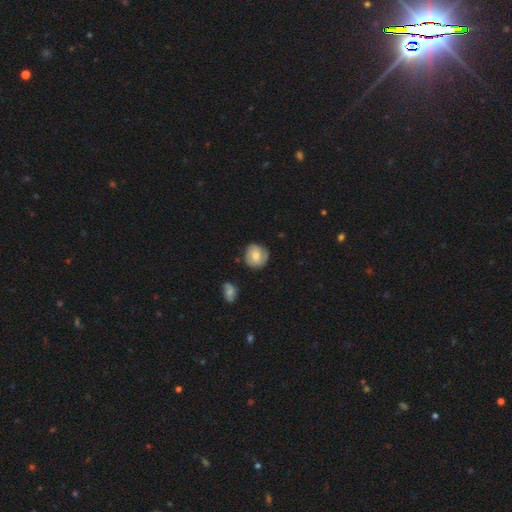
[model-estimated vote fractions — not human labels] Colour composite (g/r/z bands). It shows a smooth galaxy with no disk features (53%) that is round (84%). Merging: none (73%).